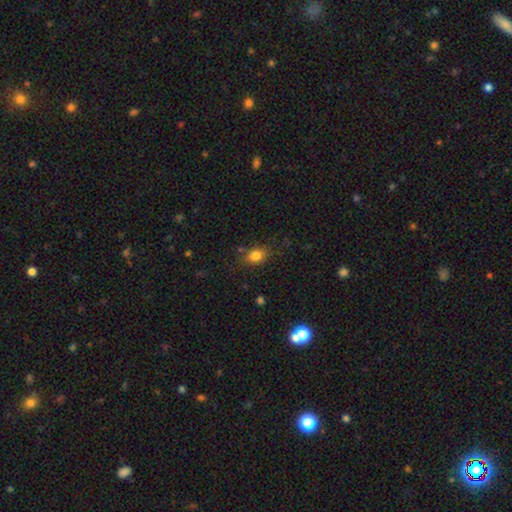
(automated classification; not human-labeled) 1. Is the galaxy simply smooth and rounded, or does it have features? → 82% smooth, 11% star or artifact, 7% featured or disk.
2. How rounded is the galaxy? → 59% in between, 39% round, 2% cigar-shaped.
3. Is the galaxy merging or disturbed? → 75% none, 16% minor disturbance, 5% major disturbance, 3% merger.